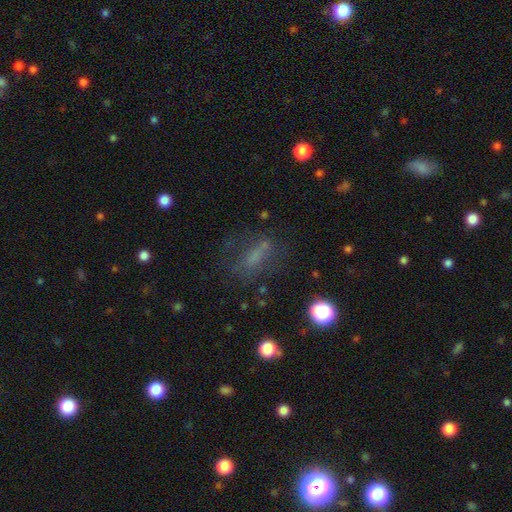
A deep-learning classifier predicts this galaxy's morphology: This appears to be a smooth galaxy with no disk features (53%) that is in between round and cigar-shaped (58%). Merging: none (56%).